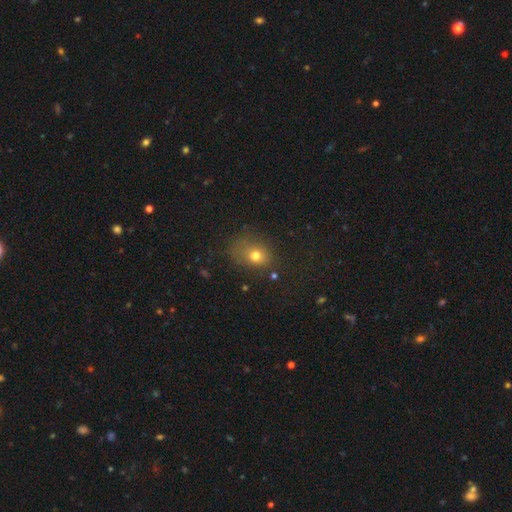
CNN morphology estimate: This appears to be a smooth galaxy with no disk features (73%) that is round (49%, tied with in between). Merging: none (57%).